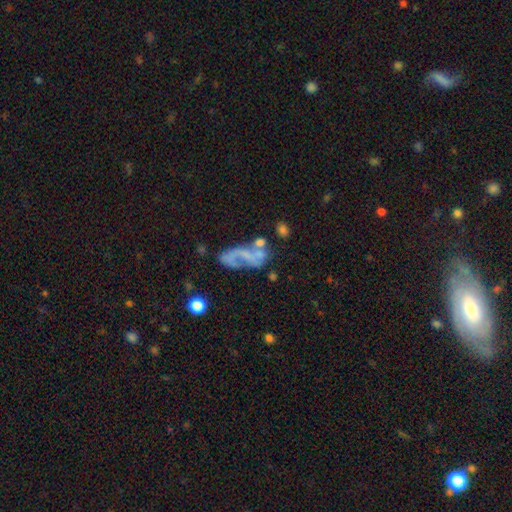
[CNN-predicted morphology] smooth_or_featured: featured or disk (p=0.44) [alt: star or artifact p=0.29]
merging: none (p=0.49) [alt: merger p=0.19]